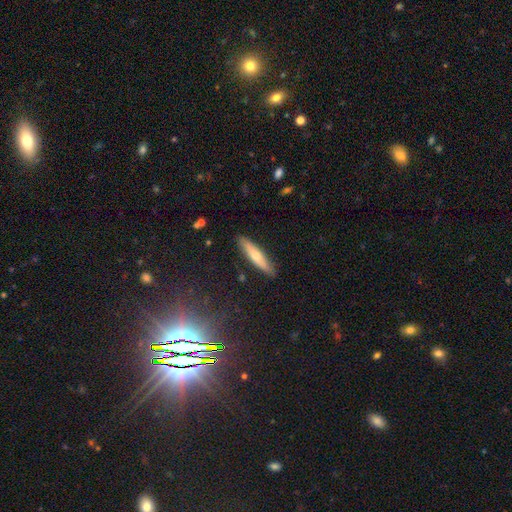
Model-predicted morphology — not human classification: type=smooth (52%); roundness=cigar-shaped (85%); merging=none (89%).